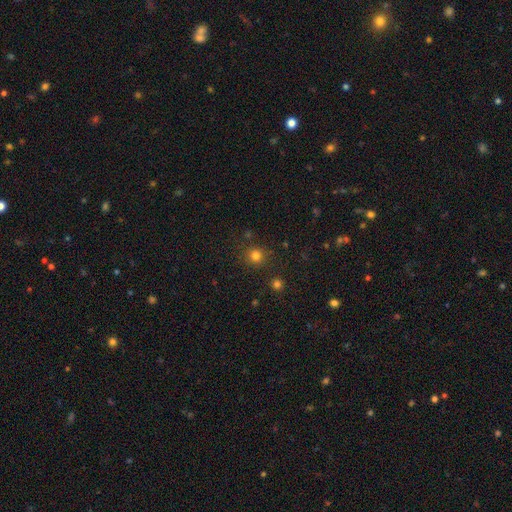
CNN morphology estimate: A smooth galaxy with no disk features (78%) that is round (92%). Merging: none (86%).